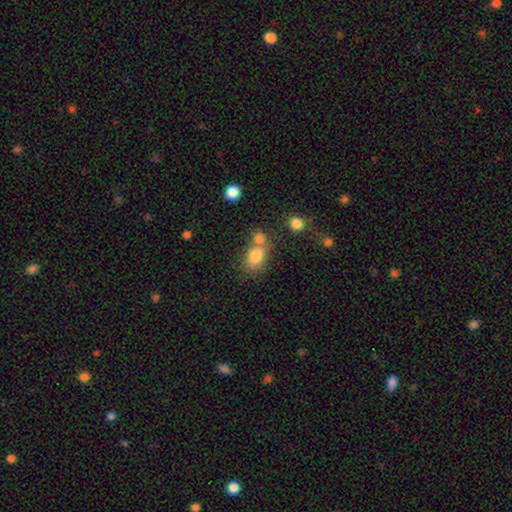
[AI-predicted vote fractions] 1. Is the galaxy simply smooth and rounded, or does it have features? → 80% smooth, 10% featured or disk, 10% star or artifact.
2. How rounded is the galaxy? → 78% in between, 20% round, 2% cigar-shaped.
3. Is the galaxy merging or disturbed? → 44% merger, 40% none, 11% minor disturbance, 5% major disturbance.